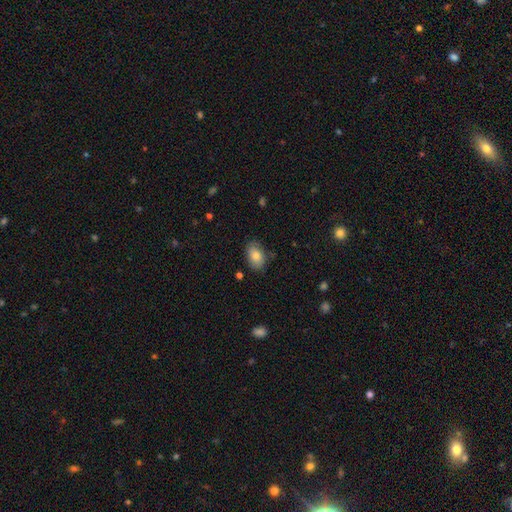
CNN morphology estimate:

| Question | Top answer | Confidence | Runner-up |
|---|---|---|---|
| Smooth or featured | smooth | 79% | featured or disk (13%) |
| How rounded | in between | 86% | round (13%) |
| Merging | none | 78% | minor disturbance (17%) |